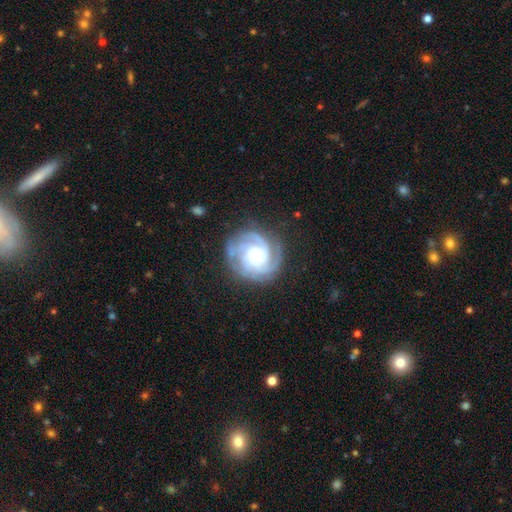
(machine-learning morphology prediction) The model was most divided on "bulge size": moderate: 45%, small: 37%, large: 14%, dominant: 2%, none: 2%. Remaining: edge-on disk — no (98%); spiral arms — yes (98%); smooth or featured — featured or disk (87%); merging — none (78%); bar — no (74%); spiral winding — tight (66%); spiral arm count — 3 (40%).